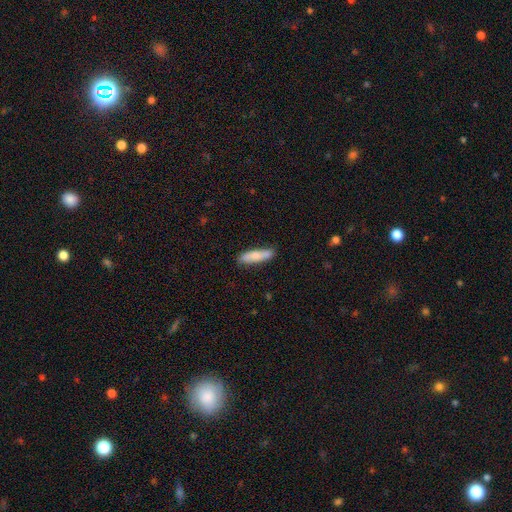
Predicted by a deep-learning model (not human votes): Smooth or featured? Predicted: smooth (p=0.73). How rounded? Predicted: cigar-shaped (p=0.68). Merging? Predicted: none (p=0.81).